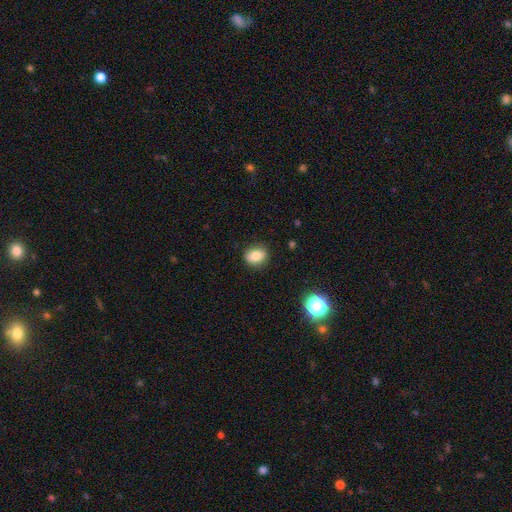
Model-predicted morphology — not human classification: Q: Smooth or featured?
A: smooth (80%); runner-up: star or artifact (10%)
Q: How rounded?
A: round (50%); runner-up: in between (49%)
Q: Merging?
A: none (86%); runner-up: minor disturbance (11%)